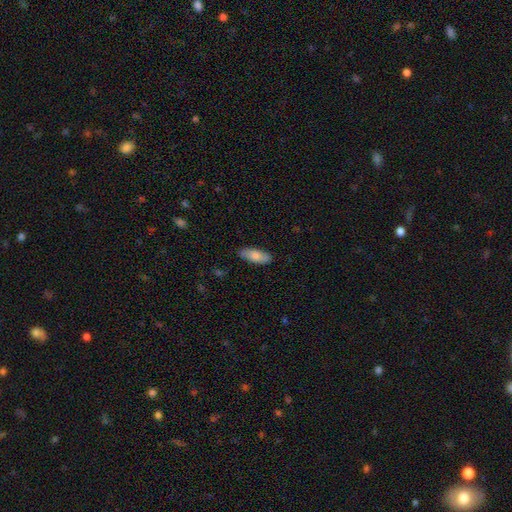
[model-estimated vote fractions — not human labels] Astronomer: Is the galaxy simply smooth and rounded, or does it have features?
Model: smooth — 78%.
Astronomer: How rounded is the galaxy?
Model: in between — 78%.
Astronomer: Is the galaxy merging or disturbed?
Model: none — 86%.